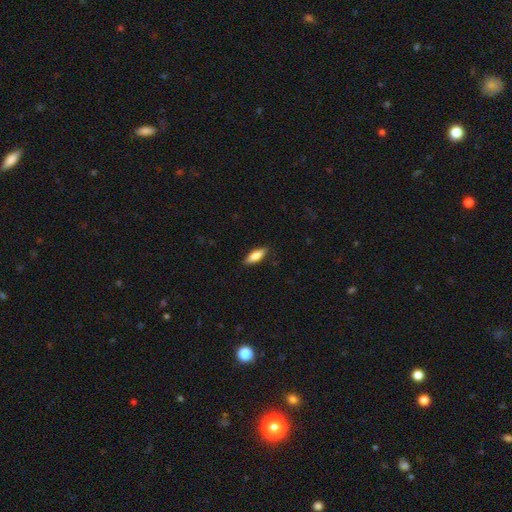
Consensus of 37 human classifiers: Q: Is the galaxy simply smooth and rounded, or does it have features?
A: smooth — 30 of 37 (81%).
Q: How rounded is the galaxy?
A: in between — 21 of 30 (70%).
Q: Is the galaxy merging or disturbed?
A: none — 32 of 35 (91%).